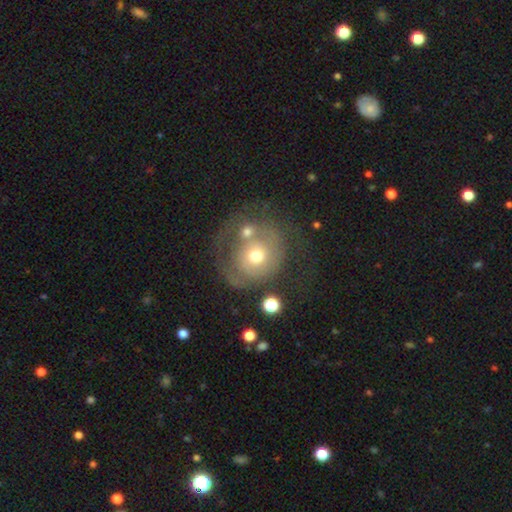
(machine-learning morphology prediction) Smooth or featured? featured or disk (49%)
Merging? none (39%)